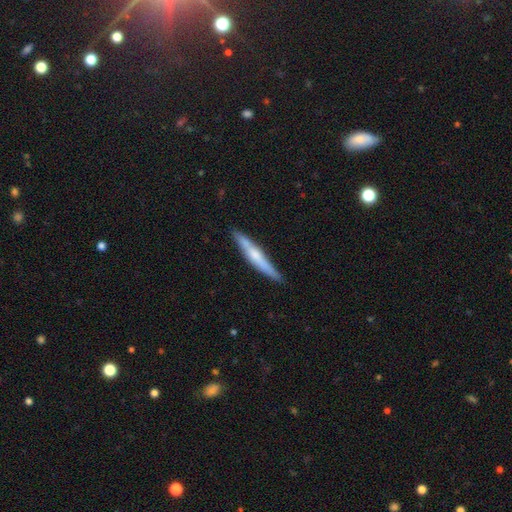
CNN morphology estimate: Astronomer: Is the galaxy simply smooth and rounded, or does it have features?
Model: featured or disk — 53% (runner-up: smooth, 42%).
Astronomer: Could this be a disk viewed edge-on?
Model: yes — 95%.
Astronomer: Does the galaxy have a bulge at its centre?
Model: rounded — 63%.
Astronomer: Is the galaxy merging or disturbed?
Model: none — 86%.